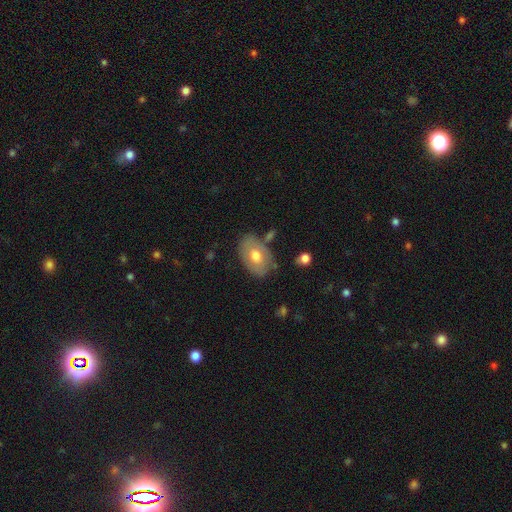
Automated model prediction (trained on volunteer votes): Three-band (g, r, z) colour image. It shows a smooth galaxy with no disk features (56%) that is in between round and cigar-shaped (86%). Merging: none (72%).